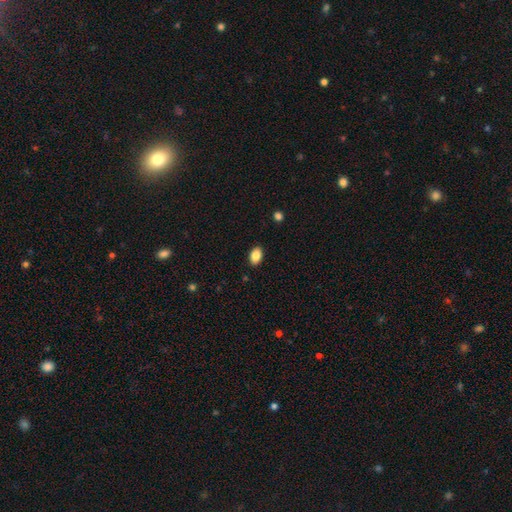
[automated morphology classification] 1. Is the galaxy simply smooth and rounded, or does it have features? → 86% smooth, 8% star or artifact, 6% featured or disk.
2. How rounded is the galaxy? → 88% in between, 11% round, 1% cigar-shaped.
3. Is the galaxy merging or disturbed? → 89% none, 8% minor disturbance, 2% major disturbance, 1% merger.